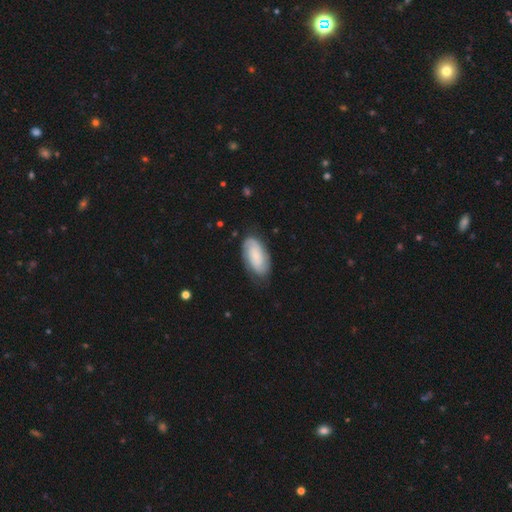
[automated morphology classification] A featured or disk galaxy (59%) with no bar (65%), 2 (70%) tight (53%) spiral arms (92%) and a small central bulge (53%). Merging: none (77%).